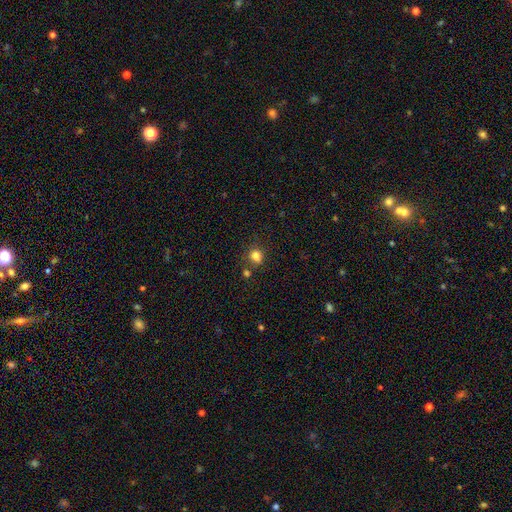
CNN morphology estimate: A smooth galaxy with no disk features (81%) that is round (76%). Merging: none (70%).